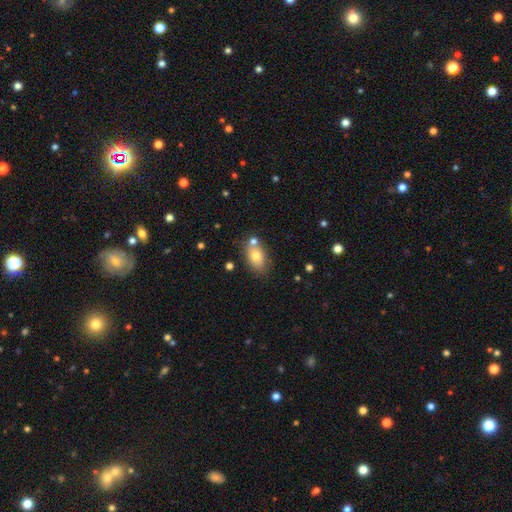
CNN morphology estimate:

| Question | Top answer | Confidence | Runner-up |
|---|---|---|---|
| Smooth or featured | smooth | 76% | featured or disk (16%) |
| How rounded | in between | 86% | round (12%) |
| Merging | none | 66% | merger (15%) |